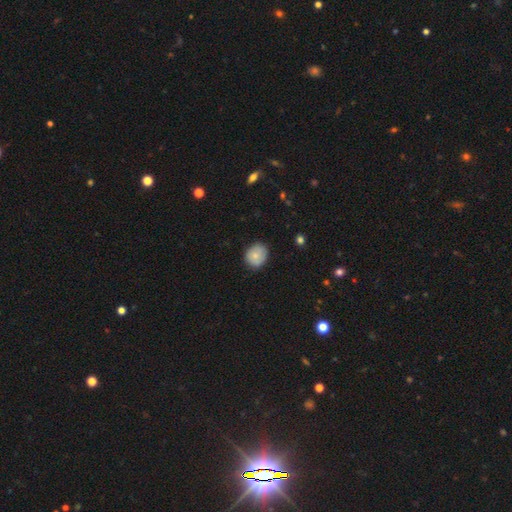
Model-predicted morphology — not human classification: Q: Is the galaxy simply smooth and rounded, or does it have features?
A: smooth — 76%.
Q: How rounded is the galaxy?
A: round — 66%.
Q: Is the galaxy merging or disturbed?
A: none — 78%.